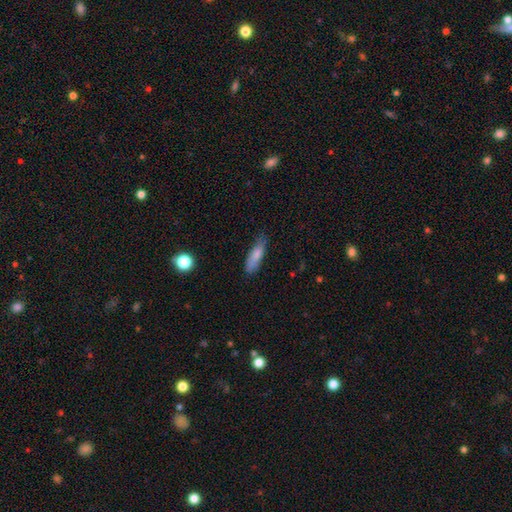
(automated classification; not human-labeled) This appears to be a smooth galaxy with no disk features (80%) that is cigar-shaped (57%). Merging: none (68%).